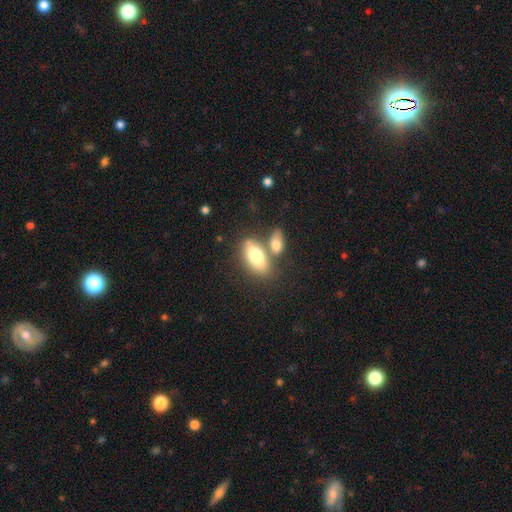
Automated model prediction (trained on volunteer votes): Overall: smooth (74%). How rounded: in between (86%). Merging: none (49%; merger 35%).